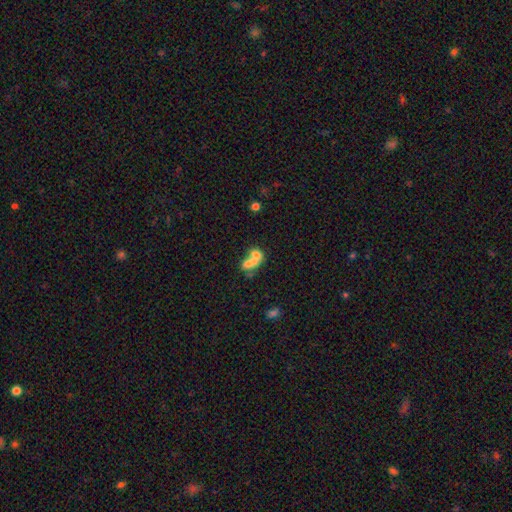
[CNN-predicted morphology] This appears to be a smooth galaxy with no disk features (63%) that is in between round and cigar-shaped (67%). Merging: merger (72%).